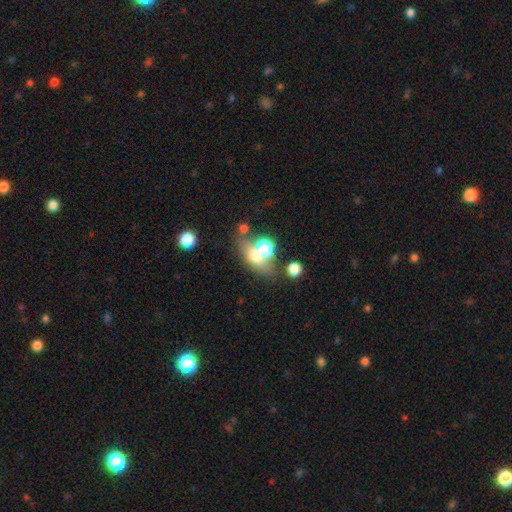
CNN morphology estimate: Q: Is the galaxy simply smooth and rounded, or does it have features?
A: smooth — 55%.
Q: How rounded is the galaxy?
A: in between — 61%.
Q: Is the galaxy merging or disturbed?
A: none — 48%.